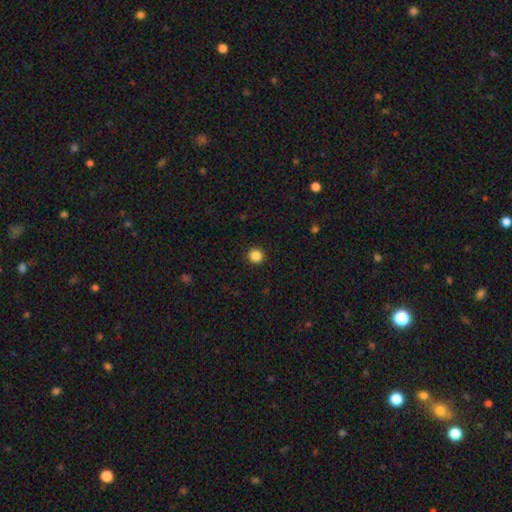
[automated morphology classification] Smooth or featured?
  - smooth: 87% *
  - star or artifact: 10%
  - featured or disk: 3%
How rounded?
  - round: 93% *
  - in between: 6%
  - cigar-shaped: 1%
Merging?
  - none: 93% *
  - minor disturbance: 5%
  - major disturbance: 2%
  - merger: 1%